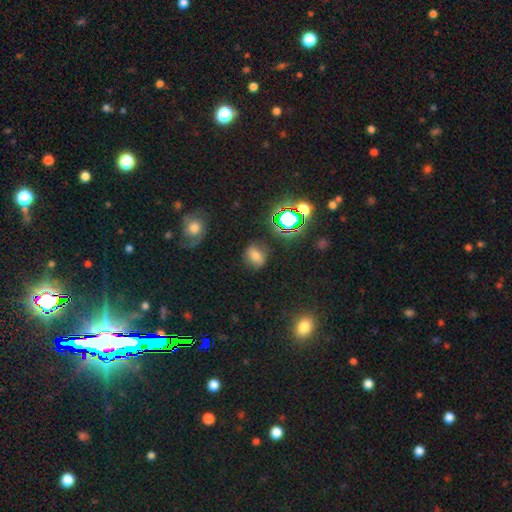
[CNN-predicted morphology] type=smooth (64%); roundness=in between (54%); merging=none (79%).